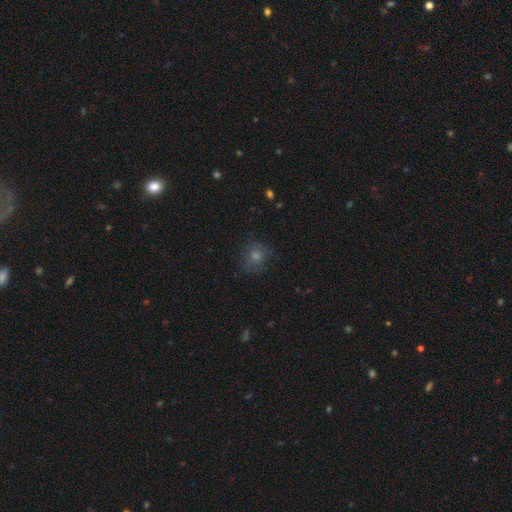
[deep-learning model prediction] smooth 56%, star or artifact 26%, featured or disk 17%. Down the decision tree: how rounded — round (79%); merging — none (75%).